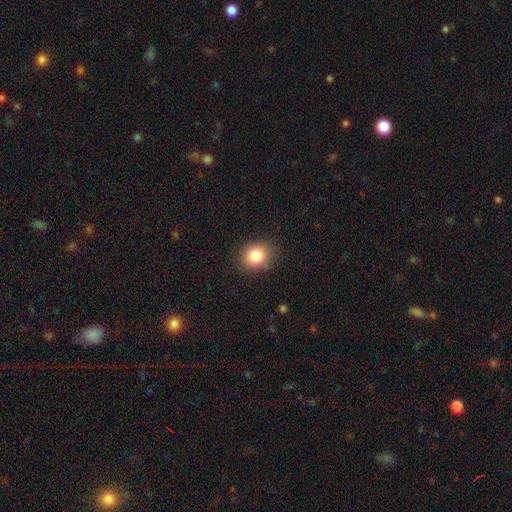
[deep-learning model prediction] smooth 83%, star or artifact 10%, featured or disk 6%. Down the decision tree: how rounded — round (67%); merging — none (86%).